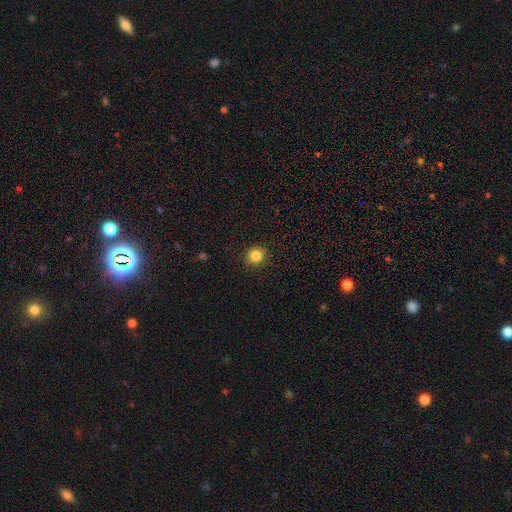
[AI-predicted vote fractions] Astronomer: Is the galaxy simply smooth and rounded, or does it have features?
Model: smooth — 84%.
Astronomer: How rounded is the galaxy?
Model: round — 87%.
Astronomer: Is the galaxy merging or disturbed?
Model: none — 90%.